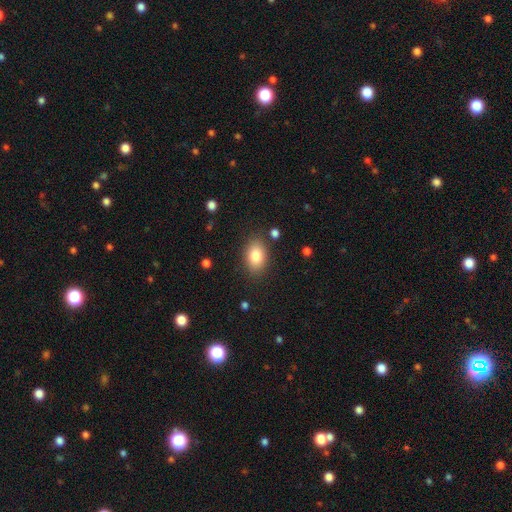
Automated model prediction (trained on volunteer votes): A smooth galaxy with no disk features (82%) that is in between round and cigar-shaped (84%).

Vote fractions:
- Smooth or featured? smooth: 82% / featured or disk: 10% / star or artifact: 8%
- How rounded? in between: 84% / round: 14% / cigar-shaped: 1%
- Merging? none: 84% / minor disturbance: 11% / major disturbance: 3% / merger: 2%